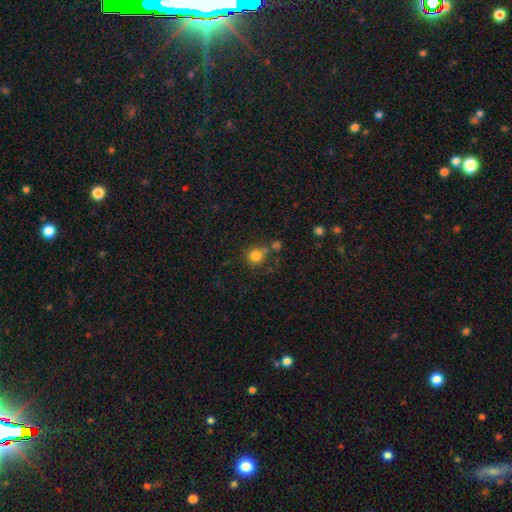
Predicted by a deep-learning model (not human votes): smooth 81%, star or artifact 12%, featured or disk 6%. Down the decision tree: how rounded — round (90%); merging — none (66%).